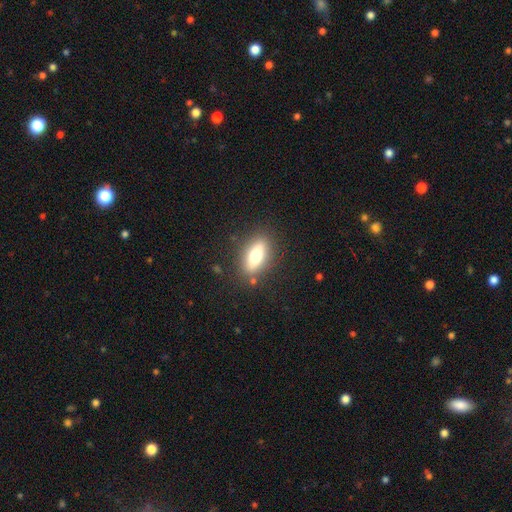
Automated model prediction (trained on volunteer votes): Overall: smooth (67%). How rounded: in between (76%). Merging: none (84%).